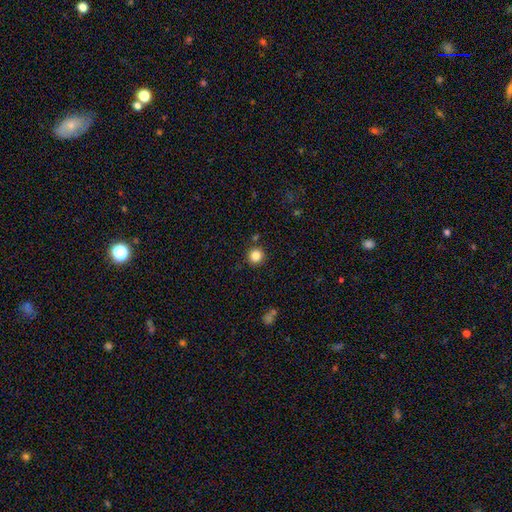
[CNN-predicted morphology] The model was most divided on "smooth or featured": smooth: 84%, star or artifact: 11%, featured or disk: 4%. More confident: how rounded — round (94%); merging — none (88%).